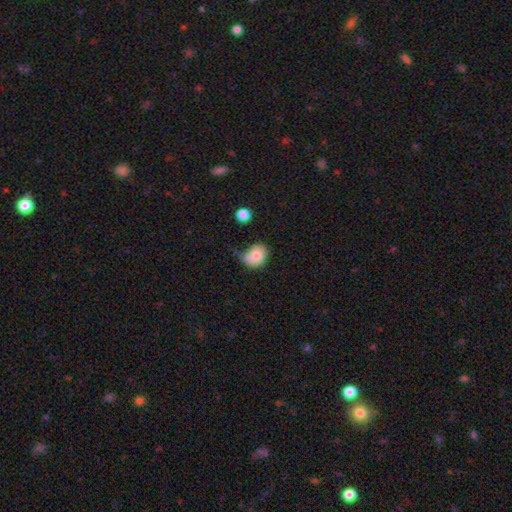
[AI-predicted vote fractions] Smooth or featured? smooth (77%)
How rounded? round (65%)
Merging? none (38%)